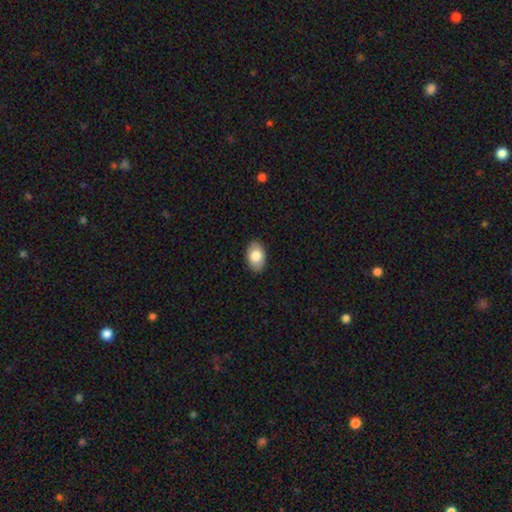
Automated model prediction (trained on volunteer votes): Smooth or featured? Predicted: smooth (p=0.81). How rounded? Predicted: in between (p=0.89). Merging? Predicted: none (p=0.89).